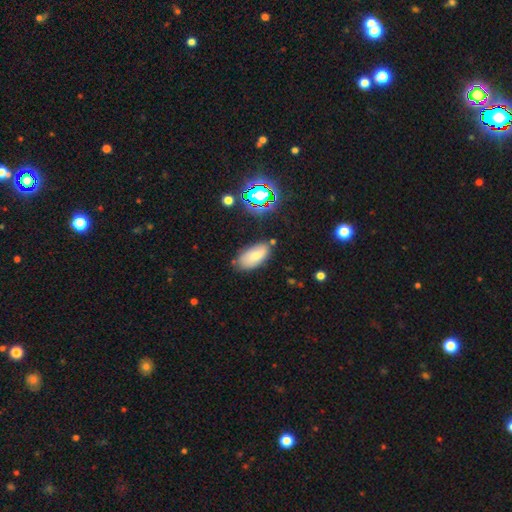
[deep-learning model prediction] Smooth or featured? smooth (74%)
How rounded? in between (92%)
Merging? none (71%)